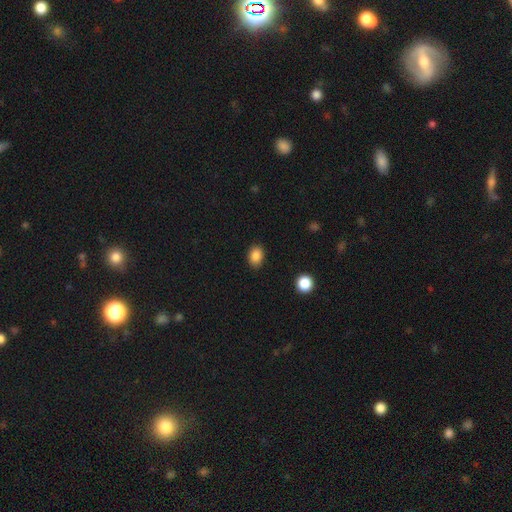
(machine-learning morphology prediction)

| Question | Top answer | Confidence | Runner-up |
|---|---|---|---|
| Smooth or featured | smooth | 86% | star or artifact (10%) |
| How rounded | in between | 67% | round (32%) |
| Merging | none | 88% | minor disturbance (8%) |